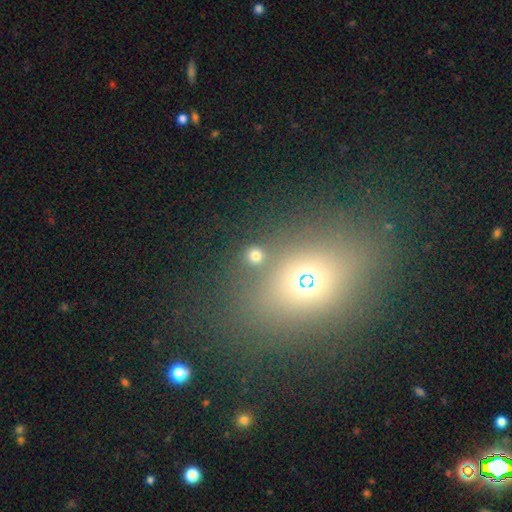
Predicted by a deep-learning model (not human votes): This appears to be a smooth galaxy with no disk features (69%) that is round (87%). Merging: none (78%).